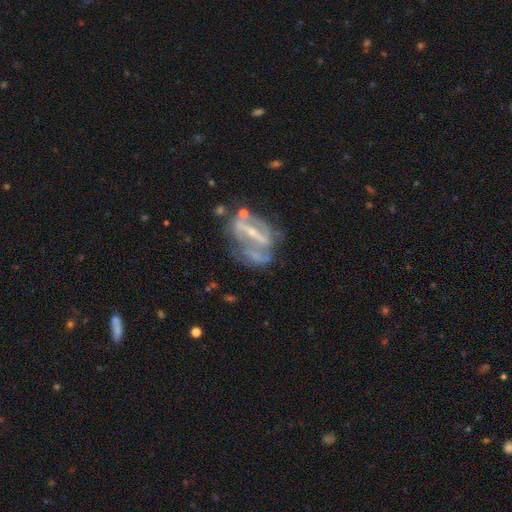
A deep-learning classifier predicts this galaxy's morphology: A featured or disk galaxy (82%) with a strong bar (74%), spiral arms (61%) and a small central bulge (67%).

Vote fractions:
- Smooth or featured? featured or disk: 82% / smooth: 11% / star or artifact: 8%
- Edge-on disk? no: 89% / yes: 11%
- Bar? strong: 74% / weak: 16% / no: 10%
- Spiral arms? yes: 61% / no: 39%
- Bulge size? small: 67% / moderate: 22% / none: 7% / large: 2% / dominant: 1%
- Merging? none: 48% / minor disturbance: 22% / major disturbance: 21% / merger: 10%